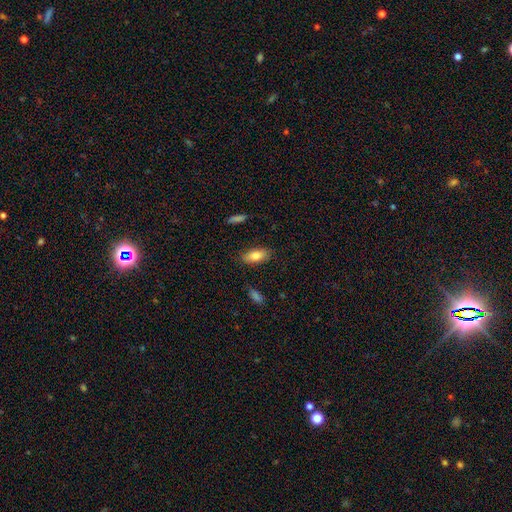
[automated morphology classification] Smooth or featured? Predicted: smooth (p=0.79). How rounded? Predicted: in between (p=0.87). Merging? Predicted: none (p=0.84).